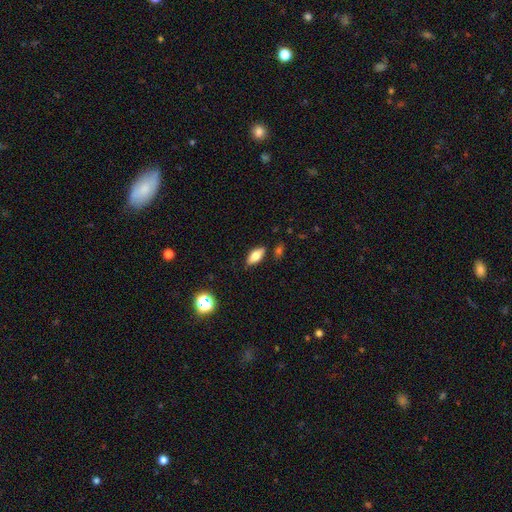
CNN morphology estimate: smooth-or-featured: smooth: 72% | featured or disk: 19% | star or artifact: 9%
  how-rounded: in between: 82% | cigar-shaped: 14% | round: 3%
  merging: none: 83% | minor disturbance: 11% | merger: 3% | major disturbance: 2%